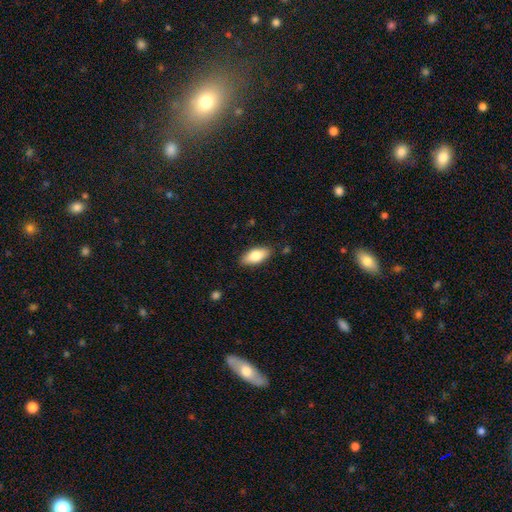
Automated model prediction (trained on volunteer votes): smooth_or_featured: smooth (p=0.78) [alt: featured or disk p=0.15]
how_rounded: in between (p=0.86) [alt: cigar-shaped p=0.12]
merging: none (p=0.86) [alt: minor disturbance p=0.11]